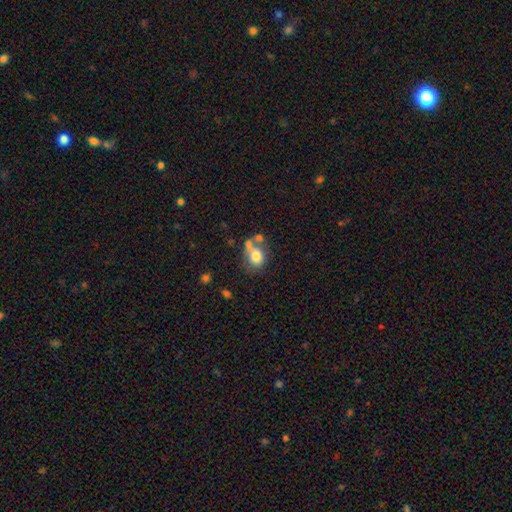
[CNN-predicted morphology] smooth 72%, featured or disk 18%, star or artifact 10%. Down the decision tree: how rounded — round (50%); merging — merger (36%).